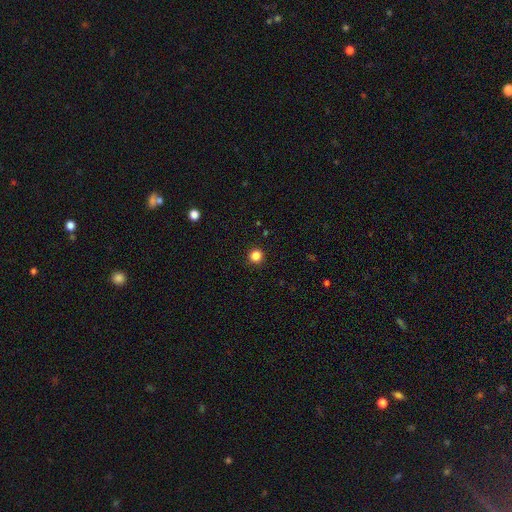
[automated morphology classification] smooth-or-featured: smooth: 84% | star or artifact: 12% | featured or disk: 3%
  how-rounded: round: 95% | in between: 4% | cigar-shaped: 1%
  merging: none: 92% | minor disturbance: 5% | major disturbance: 2% | merger: 1%